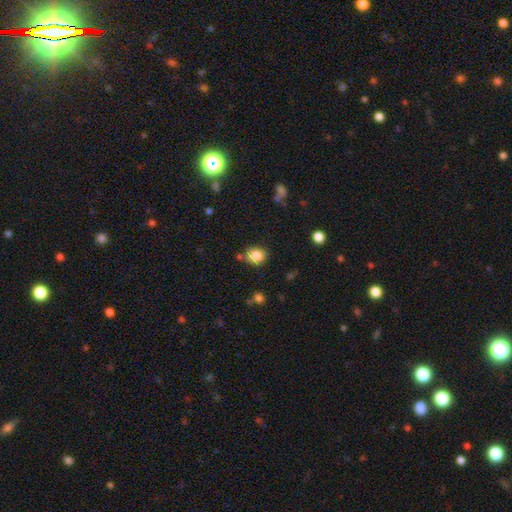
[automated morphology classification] Overall: smooth (85%). How rounded: round (64%; in between 35%). Merging: none (75%).